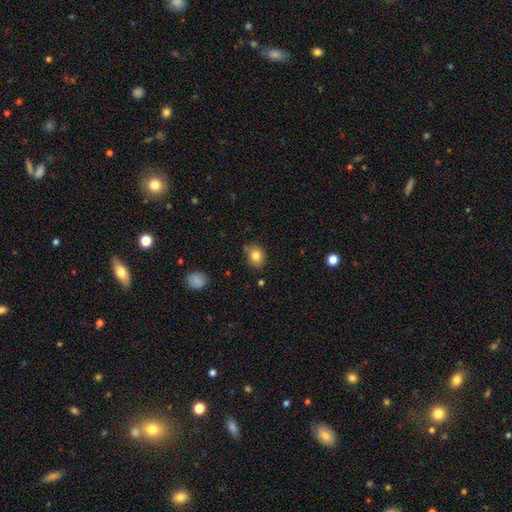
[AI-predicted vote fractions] A smooth galaxy with no disk features (81%) that is round (51%). Merging: none (73%).